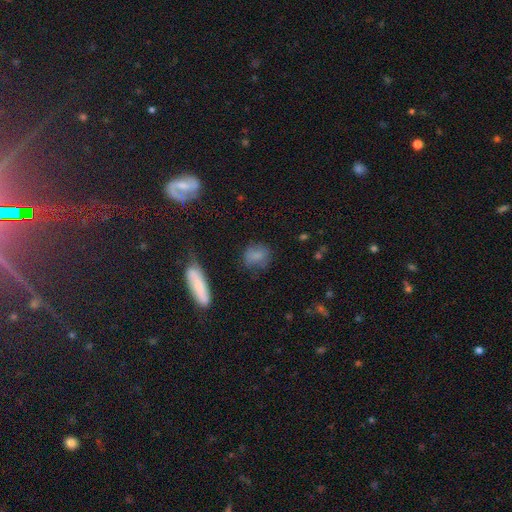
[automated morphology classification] Smooth or featured? smooth (77%)
How rounded? in between (51%)
Merging? none (66%)